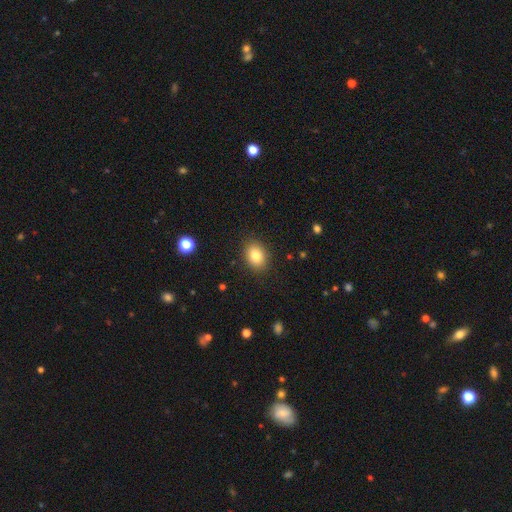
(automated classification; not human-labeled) Morphology: type=smooth (83%); roundness=in between (64%); merging=none (88%).